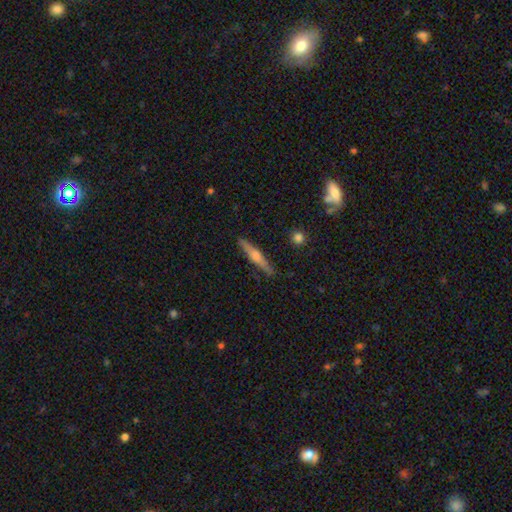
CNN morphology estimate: Smooth or featured?
  - featured or disk: 59% *
  - smooth: 35%
  - star or artifact: 6%
Edge-on disk?
  - yes: 97% *
  - no: 3%
Edge-on bulge?
  - rounded: 85% *
  - none: 8%
  - boxy: 8%
Merging?
  - none: 89% *
  - minor disturbance: 8%
  - major disturbance: 2%
  - merger: 1%